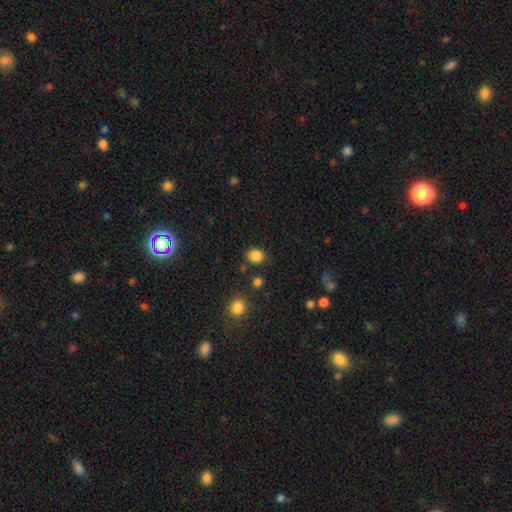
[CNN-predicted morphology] Smooth or featured? Predicted: smooth (p=0.85). How rounded? Predicted: round (p=0.56). Merging? Predicted: none (p=0.82).